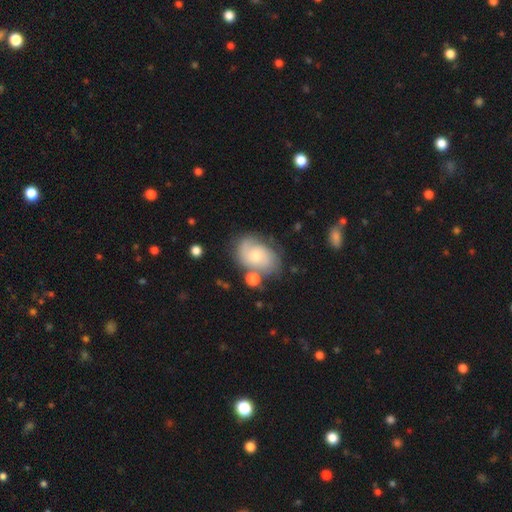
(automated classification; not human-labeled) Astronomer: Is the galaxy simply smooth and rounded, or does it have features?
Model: featured or disk — 59%.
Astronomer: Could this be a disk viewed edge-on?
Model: no — 96%.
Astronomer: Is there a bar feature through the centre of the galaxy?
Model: no — 74%.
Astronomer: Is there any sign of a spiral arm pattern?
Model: yes — 85%.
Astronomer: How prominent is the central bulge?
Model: moderate — 51% (runner-up: small, 42%).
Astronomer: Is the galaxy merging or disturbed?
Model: none — 63%.